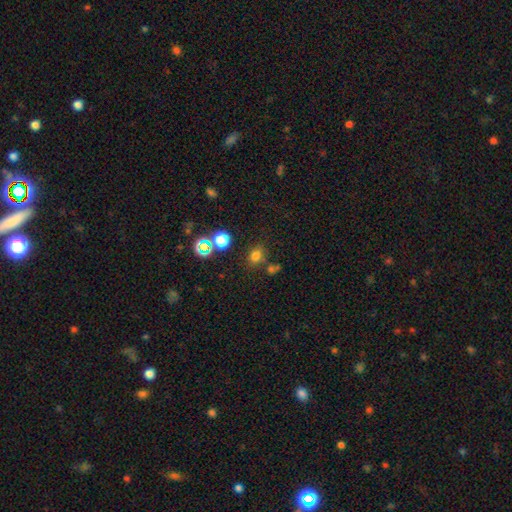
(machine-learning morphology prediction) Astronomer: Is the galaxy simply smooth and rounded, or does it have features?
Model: smooth — 69%.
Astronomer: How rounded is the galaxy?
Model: round — 52% (runner-up: in between, 46%).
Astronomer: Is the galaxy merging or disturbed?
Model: none — 72%.